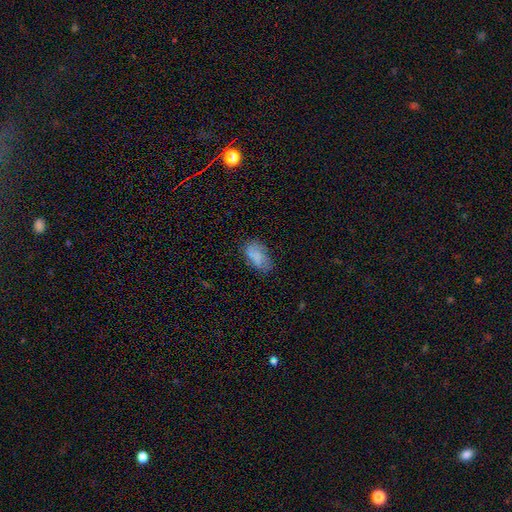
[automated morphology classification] This is likely a smooth galaxy (74%). How rounded: clearly in between (93%). Merging: likely none (61%).